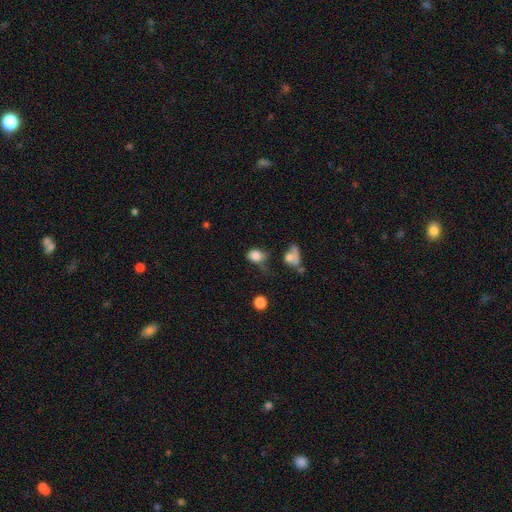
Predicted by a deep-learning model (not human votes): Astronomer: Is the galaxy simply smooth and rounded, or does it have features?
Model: smooth — 79%.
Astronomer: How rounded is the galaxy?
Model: in between — 55% (runner-up: round, 43%).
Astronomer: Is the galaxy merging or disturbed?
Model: none — 34% (runner-up: minor disturbance, 27%).